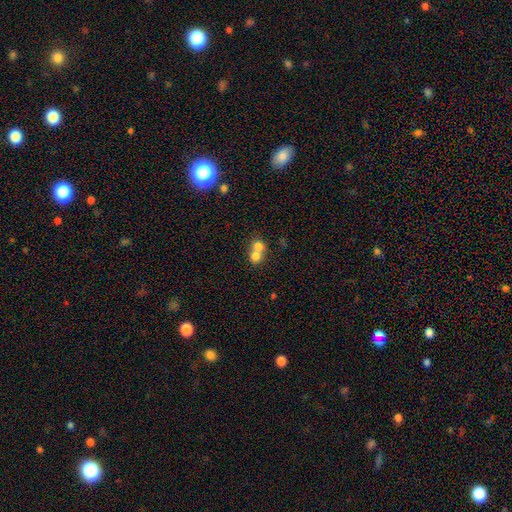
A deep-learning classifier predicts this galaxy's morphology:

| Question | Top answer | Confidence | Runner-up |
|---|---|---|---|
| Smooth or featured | smooth | 74% | featured or disk (16%) |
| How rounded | round | 78% | in between (21%) |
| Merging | merger | 69% | none (25%) |